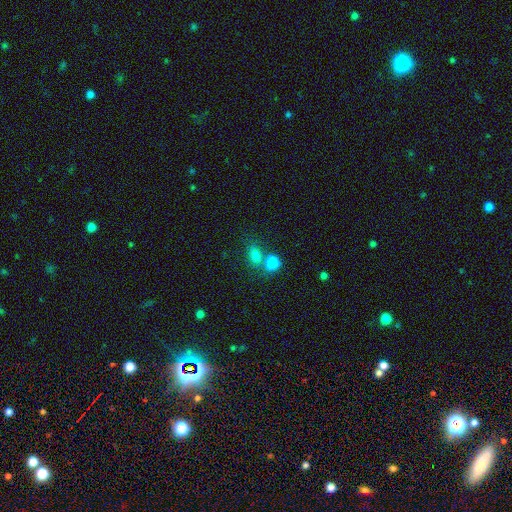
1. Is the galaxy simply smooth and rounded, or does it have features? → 79% smooth, 10% featured or disk, 10% star or artifact.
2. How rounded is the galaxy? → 81% in between, 16% round, 3% cigar-shaped.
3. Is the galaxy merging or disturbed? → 46% none, 37% merger, 11% minor disturbance, 6% major disturbance.